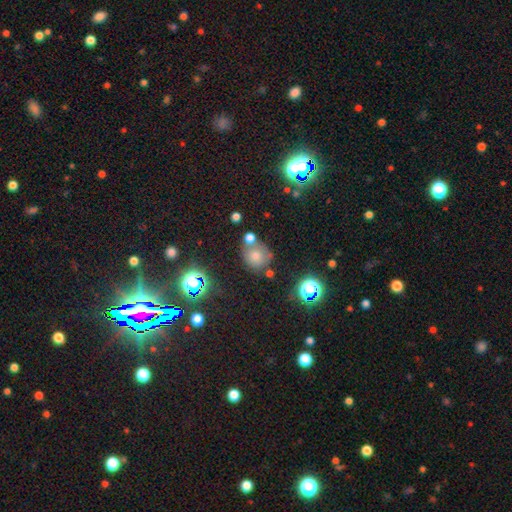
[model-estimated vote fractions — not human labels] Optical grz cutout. It shows a smooth galaxy with no disk features (66%) that is round (84%). Merging: none (59%).